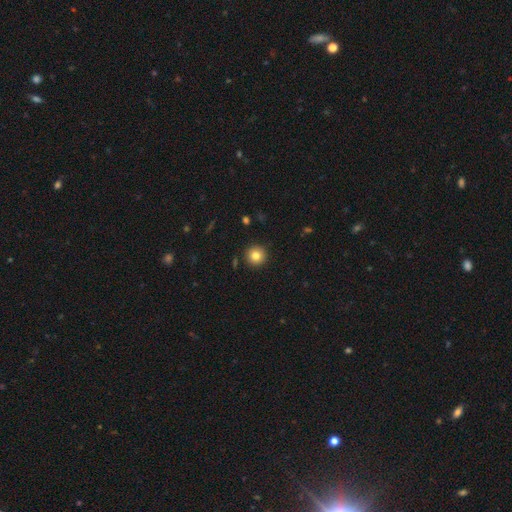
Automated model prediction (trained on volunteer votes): Smooth or featured?
  - smooth: 82% *
  - star or artifact: 11%
  - featured or disk: 7%
How rounded?
  - round: 95% *
  - in between: 4%
  - cigar-shaped: 1%
Merging?
  - none: 92% *
  - minor disturbance: 5%
  - major disturbance: 2%
  - merger: 1%